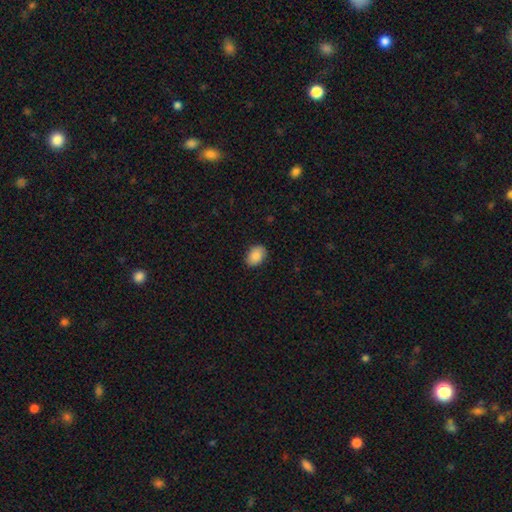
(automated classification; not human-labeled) Morphology: type=smooth (89%); roundness=in between (76%); merging=none (86%).